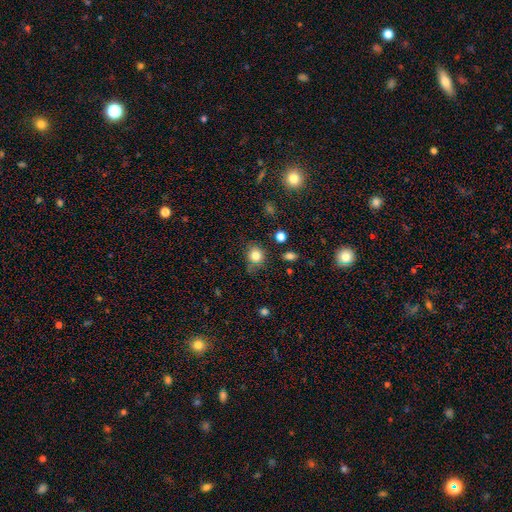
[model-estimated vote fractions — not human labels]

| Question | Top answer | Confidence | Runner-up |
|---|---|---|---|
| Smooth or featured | smooth | 82% | star or artifact (11%) |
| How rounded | round | 77% | in between (22%) |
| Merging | none | 69% | minor disturbance (22%) |